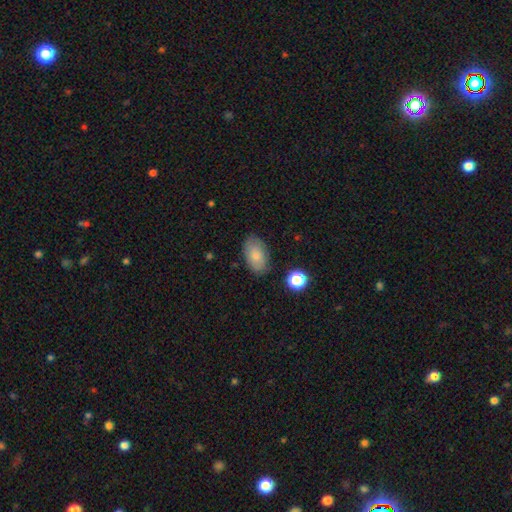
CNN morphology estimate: The model was most divided on "merging": none: 82%, minor disturbance: 13%, major disturbance: 3%, merger: 2%. More confident: how rounded — in between (92%); smooth or featured — smooth (82%).